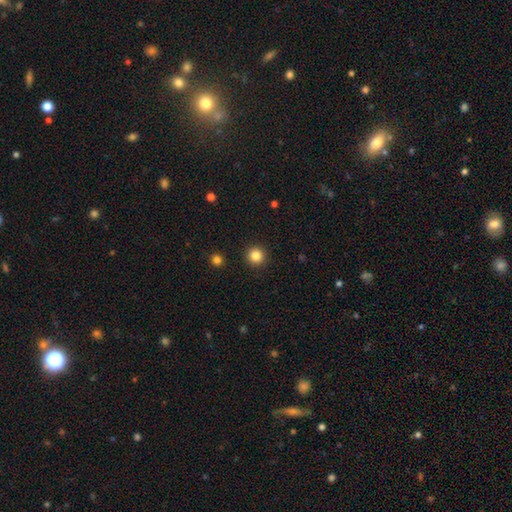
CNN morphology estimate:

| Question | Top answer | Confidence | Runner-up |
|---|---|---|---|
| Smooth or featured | smooth | 84% | star or artifact (12%) |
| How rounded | round | 95% | in between (4%) |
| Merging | none | 93% | minor disturbance (4%) |